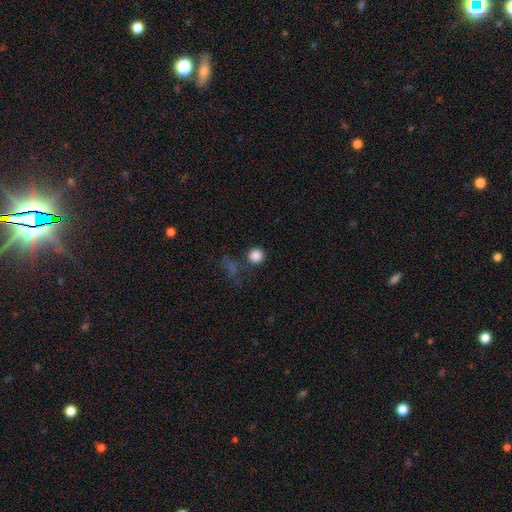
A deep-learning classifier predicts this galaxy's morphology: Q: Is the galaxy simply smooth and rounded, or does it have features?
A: smooth — 84%.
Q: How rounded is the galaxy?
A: round — 95%.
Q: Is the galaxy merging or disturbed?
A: none — 81%.